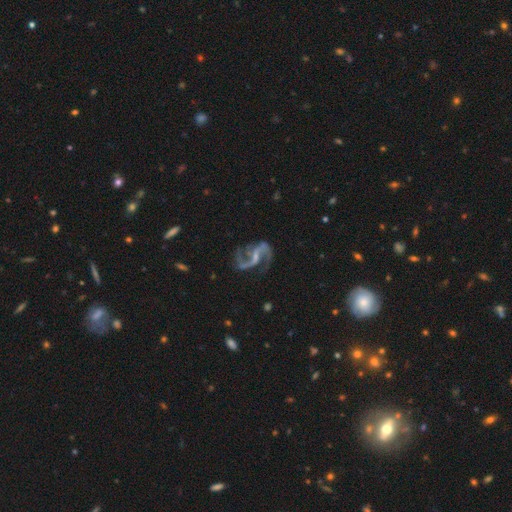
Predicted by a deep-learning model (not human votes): Q: Smooth or featured?
A: featured or disk (92%); runner-up: star or artifact (5%)
Q: Edge-on disk?
A: no (98%); runner-up: yes (2%)
Q: Bar?
A: weak (45%); runner-up: strong (33%)
Q: Spiral arms?
A: yes (98%); runner-up: no (2%)
Q: Spiral winding?
A: loose (54%); runner-up: medium (39%)
Q: Spiral arm count?
A: 2 (93%); runner-up: 3 (2%)
Q: Bulge size?
A: small (57%); runner-up: moderate (20%)
Q: Merging?
A: none (73%); runner-up: minor disturbance (15%)